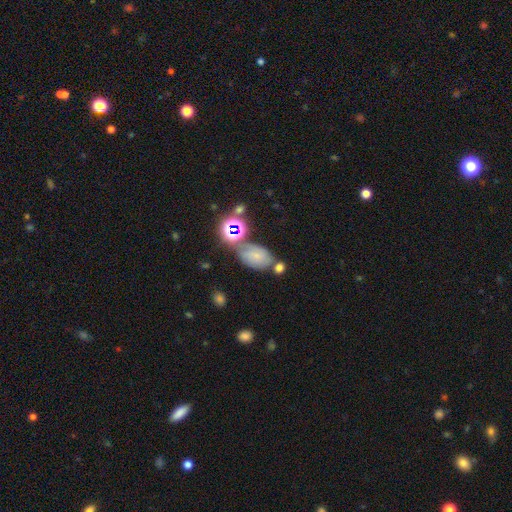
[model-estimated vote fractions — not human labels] Smooth or featured: smooth — 58% (star or artifact — 23%)
How rounded: in between — 84% (round — 14%)
Merging: none — 52% (minor disturbance — 21%)